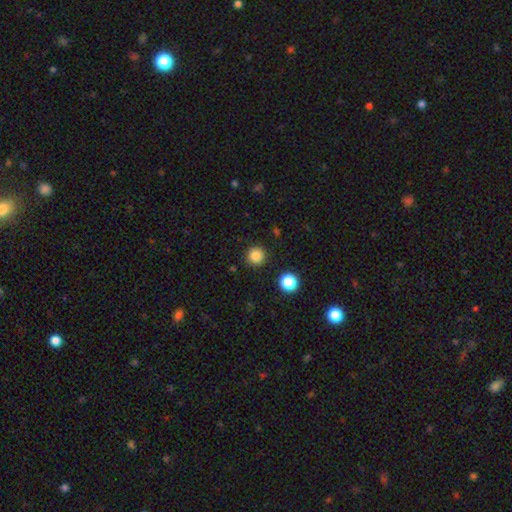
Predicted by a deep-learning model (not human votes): This appears to be a smooth galaxy with no disk features (84%) that is round (96%). Merging: none (91%).